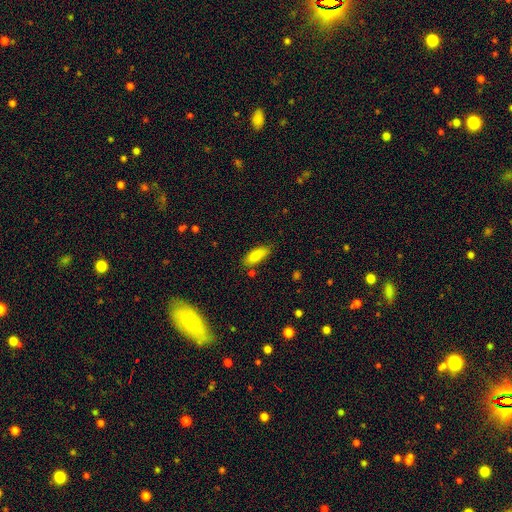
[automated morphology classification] Smooth or featured: smooth — 85% (featured or disk — 8%)
How rounded: in between — 74% (cigar-shaped — 24%)
Merging: none — 76% (minor disturbance — 16%)